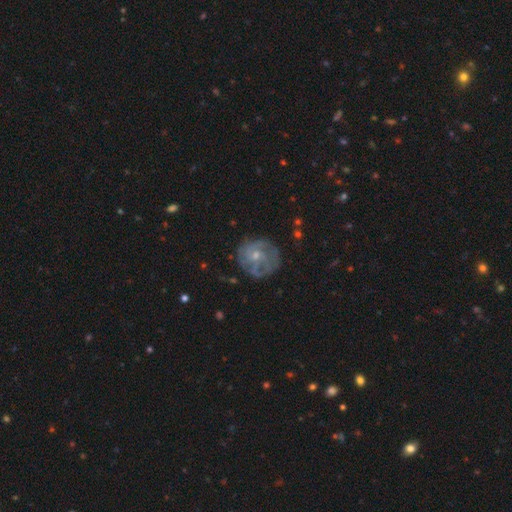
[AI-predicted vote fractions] Morphology: type=featured or disk (66%); edge-on=no (98%); bar=no (70%); spiral arms=yes (71%); bulge=small (59%); merging=none (65%).